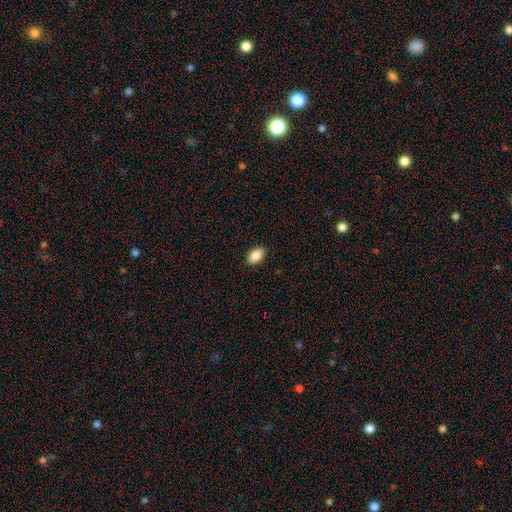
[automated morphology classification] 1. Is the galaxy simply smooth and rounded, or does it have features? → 87% smooth, 7% star or artifact, 5% featured or disk.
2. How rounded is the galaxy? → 90% in between, 8% round, 2% cigar-shaped.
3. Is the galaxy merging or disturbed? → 89% none, 8% minor disturbance, 2% major disturbance, 1% merger.